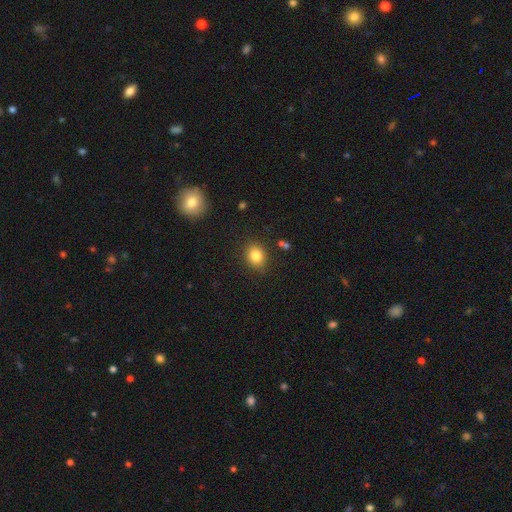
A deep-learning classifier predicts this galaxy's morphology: Smooth or featured?
  - smooth: 83% *
  - star or artifact: 10%
  - featured or disk: 6%
How rounded?
  - round: 61% *
  - in between: 38%
  - cigar-shaped: 1%
Merging?
  - none: 85% *
  - minor disturbance: 10%
  - major disturbance: 3%
  - merger: 2%